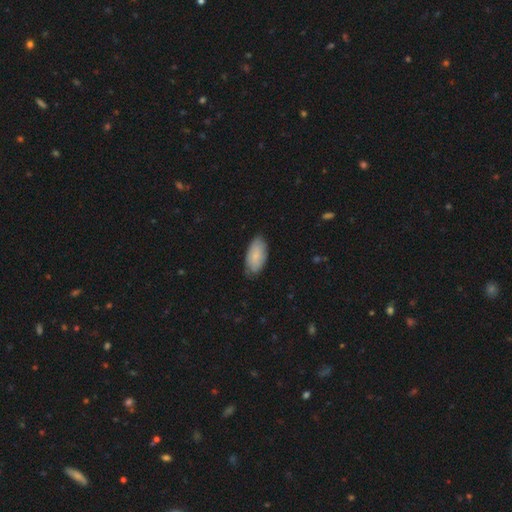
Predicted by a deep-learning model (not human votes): A smooth galaxy with no disk features (78%) that is in between round and cigar-shaped (93%).

Vote fractions:
- Smooth or featured? smooth: 78% / featured or disk: 16% / star or artifact: 6%
- How rounded? in between: 93% / cigar-shaped: 5% / round: 2%
- Merging? none: 75% / minor disturbance: 21% / major disturbance: 3% / merger: 1%